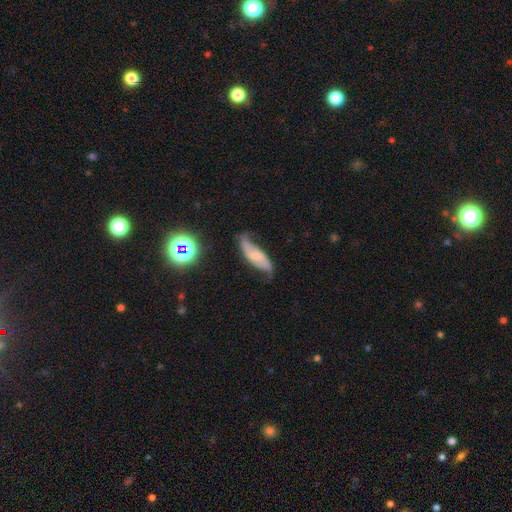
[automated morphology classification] Smooth or featured: featured or disk — 63% (smooth — 27%)
Edge-on disk: no — 86% (yes — 14%)
Bar: no — 44% (weak — 38%)
Spiral arms: yes — 90% (no — 10%)
Bulge size: small — 46% (moderate — 26%)
Merging: none — 57% (minor disturbance — 28%)